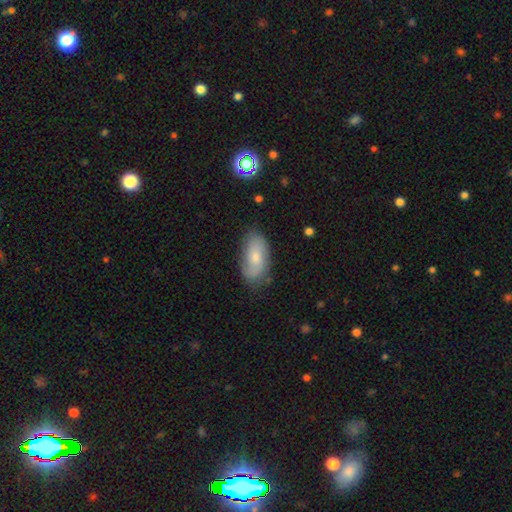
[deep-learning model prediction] A smooth galaxy with no disk features (59%) that is in between round and cigar-shaped (90%). Merging: none (71%).